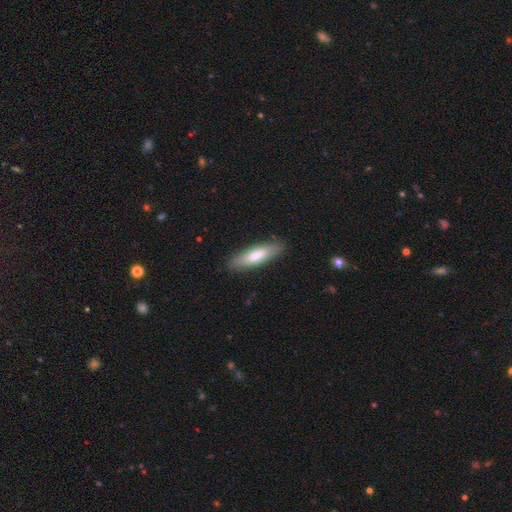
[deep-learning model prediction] smooth_or_featured: smooth (p=0.74) [alt: featured or disk p=0.21]
how_rounded: cigar-shaped (p=0.57) [alt: in between p=0.42]
merging: none (p=0.87) [alt: minor disturbance p=0.10]